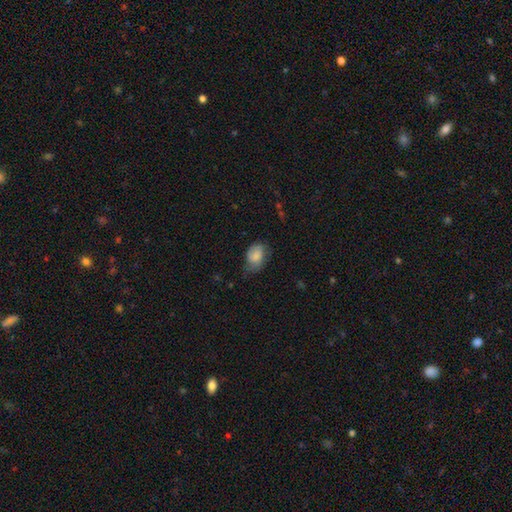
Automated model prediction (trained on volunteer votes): A smooth galaxy with no disk features (79%) that is in between round and cigar-shaped (81%). Merging: none (49%).